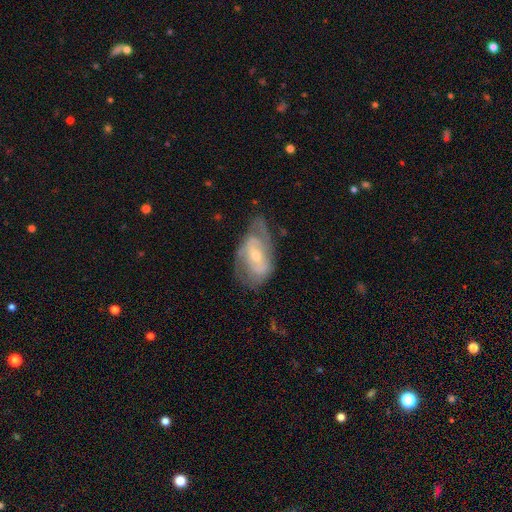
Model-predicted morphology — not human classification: Smooth or featured: featured or disk — 75% (smooth — 19%)
Edge-on disk: no — 94% (yes — 6%)
Bar: weak — 41% (no — 38%)
Spiral arms: yes — 81% (no — 19%)
Spiral winding: medium — 42% (tight — 39%)
Spiral arm count: 2 — 55% (can't tell — 28%)
Bulge size: small — 54% (moderate — 42%)
Merging: none — 53% (minor disturbance — 28%)